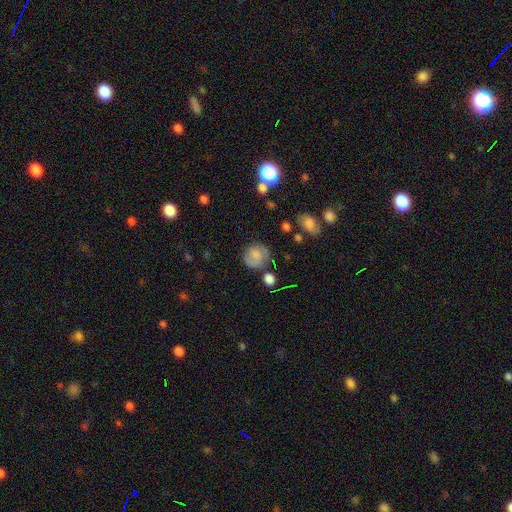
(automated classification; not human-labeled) Overall: smooth (63%; featured or disk 26%). How rounded: round (79%). Merging: none (62%; minor disturbance 22%).